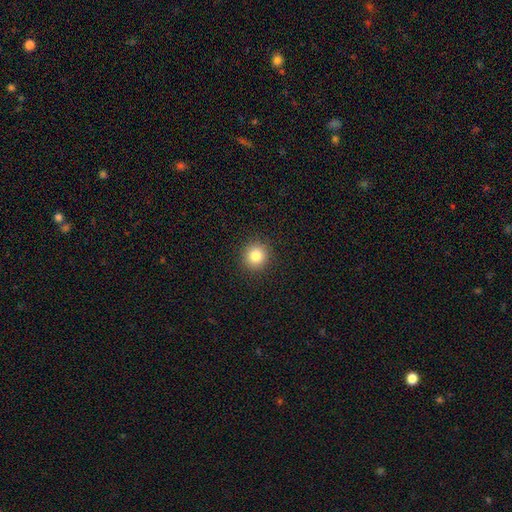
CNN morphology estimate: A smooth galaxy with no disk features (83%) that is round (92%). Merging: none (92%).